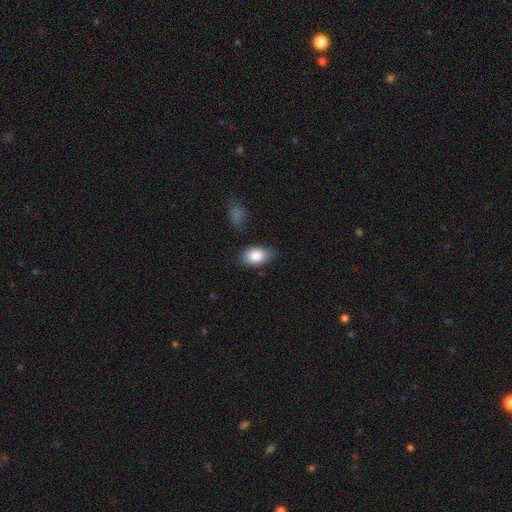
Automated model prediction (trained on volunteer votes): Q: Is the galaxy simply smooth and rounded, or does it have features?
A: smooth — 85%.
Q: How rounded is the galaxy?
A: in between — 87%.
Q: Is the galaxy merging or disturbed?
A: none — 72%.